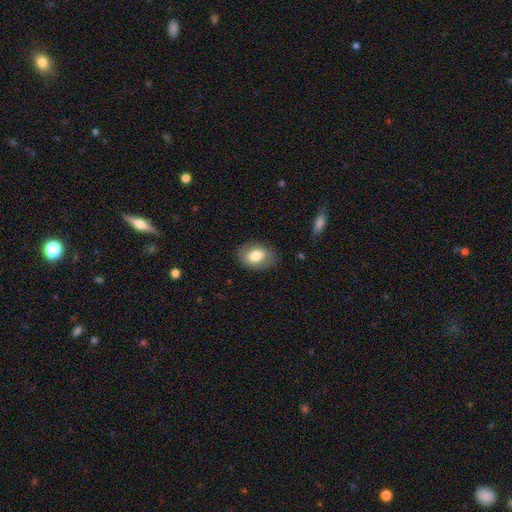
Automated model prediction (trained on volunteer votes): Smooth or featured? smooth (77%)
How rounded? in between (80%)
Merging? none (82%)